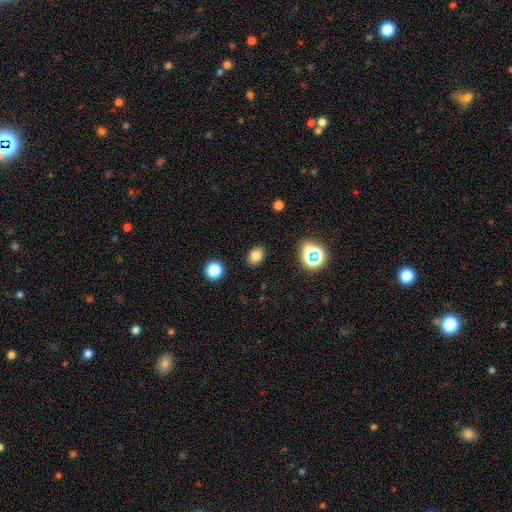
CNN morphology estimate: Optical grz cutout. It shows a smooth galaxy with no disk features (79%) that is in between round and cigar-shaped (71%). Merging: none (87%).